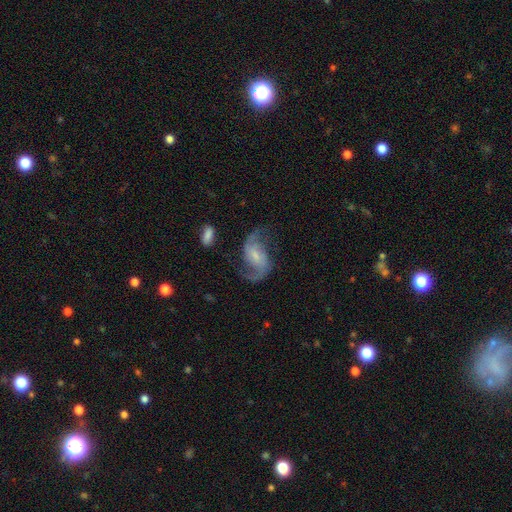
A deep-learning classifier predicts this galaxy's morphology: The model was most divided on "bulge size": small: 48%, moderate: 31%, none: 14%, large: 6%, dominant: 2%. Remaining: edge-on disk — no (97%); spiral arms — yes (96%); spiral arm count — 2 (92%); smooth or featured — featured or disk (86%); merging — none (69%); spiral winding — loose (61%); bar — weak (50%).